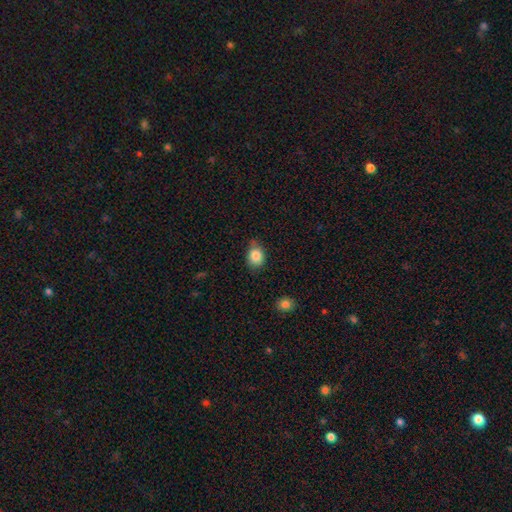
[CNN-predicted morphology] The model was most divided on "how rounded": in between: 53%, round: 46%, cigar-shaped: 1%. More confident: smooth or featured — smooth (85%); merging — none (70%).